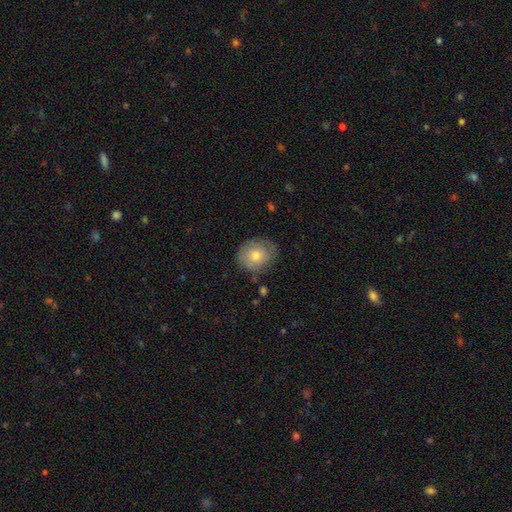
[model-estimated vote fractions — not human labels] smooth 69%, featured or disk 23%, star or artifact 8%. Down the decision tree: how rounded — round (66%); merging — none (76%).